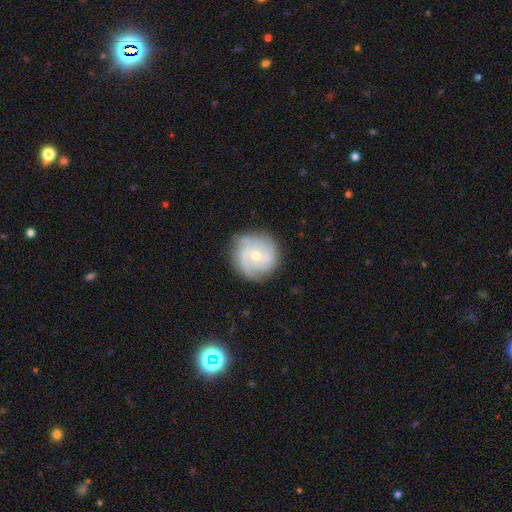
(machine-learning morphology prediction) The model was most divided on "bulge size": small: 49%, moderate: 48%, large: 1%, none: 1%, dominant: 1%. Remaining: edge-on disk — no (98%); spiral arms — yes (95%); merging — none (81%); smooth or featured — featured or disk (81%); bar — no (72%); spiral winding — tight (61%); spiral arm count — 3 (45%).